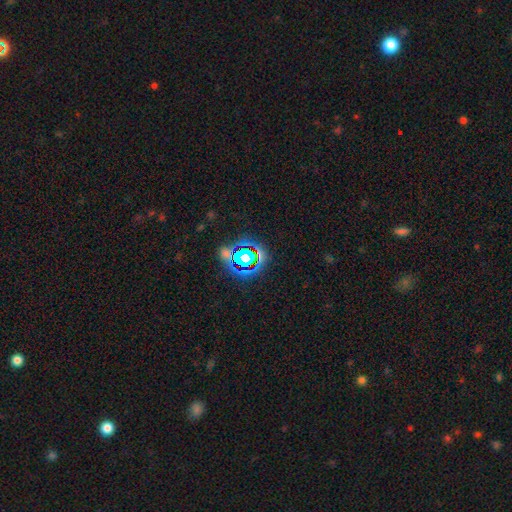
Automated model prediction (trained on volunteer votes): smooth_or_featured: star or artifact (p=0.67) [alt: smooth p=0.21]